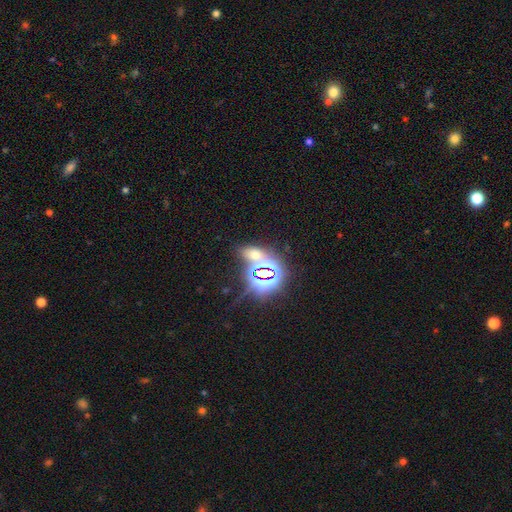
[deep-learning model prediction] This appears to be a star or artifact, not a galaxy (59%).